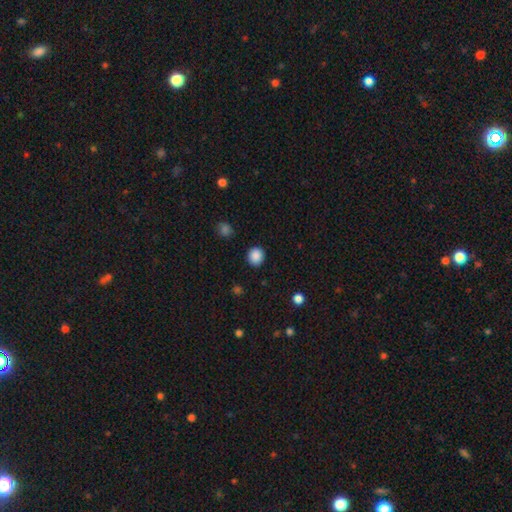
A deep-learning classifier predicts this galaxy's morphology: The model was most divided on "how rounded": round: 88%, in between: 11%, cigar-shaped: 1%. More confident: merging — none (91%); smooth or featured — smooth (88%).